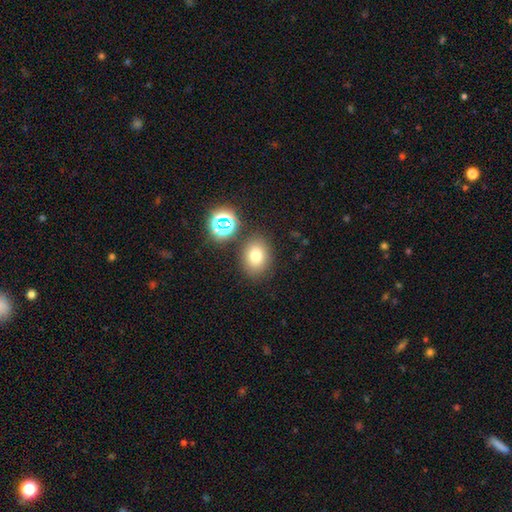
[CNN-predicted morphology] A smooth galaxy with no disk features (74%) that is in between round and cigar-shaped (56%). Merging: none (80%).